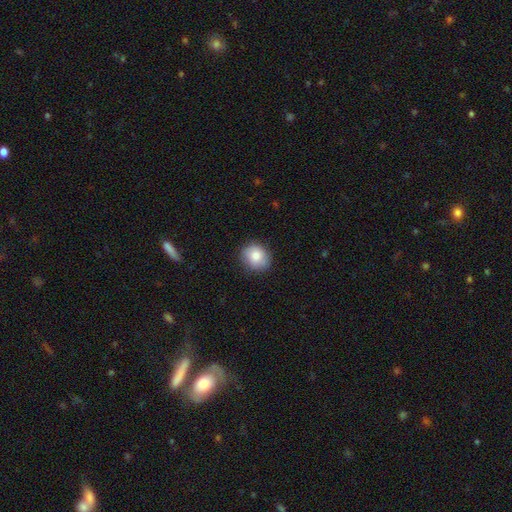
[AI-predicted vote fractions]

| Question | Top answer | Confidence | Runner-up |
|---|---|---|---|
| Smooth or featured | smooth | 84% | featured or disk (8%) |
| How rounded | round | 70% | in between (29%) |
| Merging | none | 86% | minor disturbance (11%) |